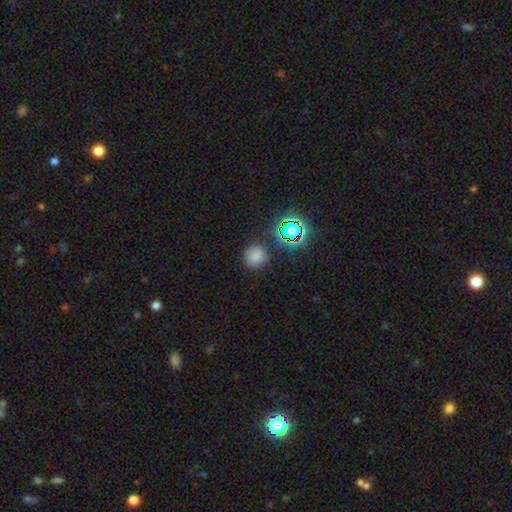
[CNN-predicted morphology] The model was most divided on "smooth or featured": smooth: 74%, star or artifact: 20%, featured or disk: 6%. More confident: how rounded — round (88%); merging — none (84%).